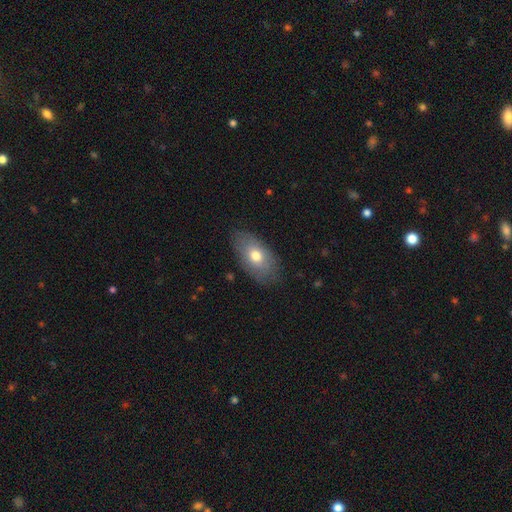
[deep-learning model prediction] Smooth or featured? smooth (70%)
How rounded? in between (90%)
Merging? none (78%)